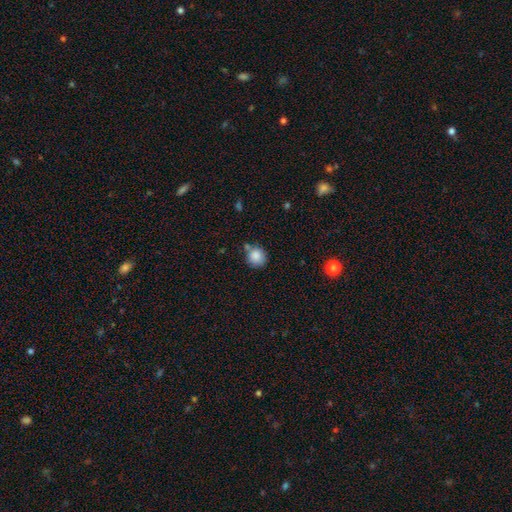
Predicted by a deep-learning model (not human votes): Overall: smooth (86%). How rounded: round (87%). Merging: none (68%).